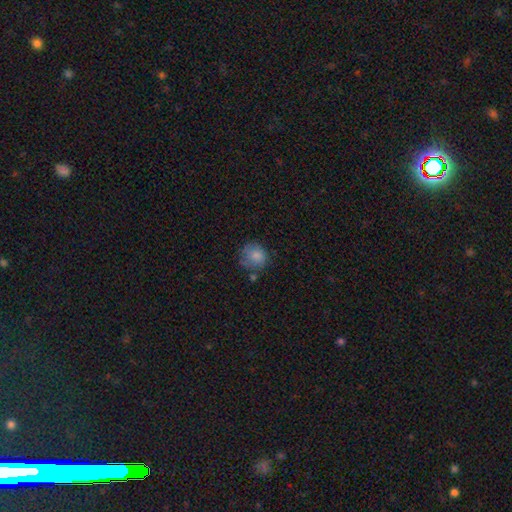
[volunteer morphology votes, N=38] Smooth or featured?
  - smooth: 89% *
  - featured or disk: 8%
  - star or artifact: 3%
How rounded?
  - round: 85% *
  - in between: 15%
  - cigar-shaped: 0%
Merging?
  - none: 51% *
  - minor disturbance: 27%
  - major disturbance: 14%
  - merger: 8%